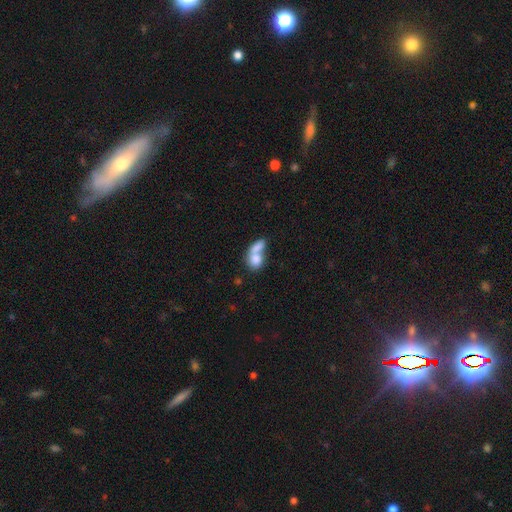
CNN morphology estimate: Smooth or featured? Predicted: smooth (p=0.77). How rounded? Predicted: in between (p=0.61). Merging? Predicted: merger (p=0.69).